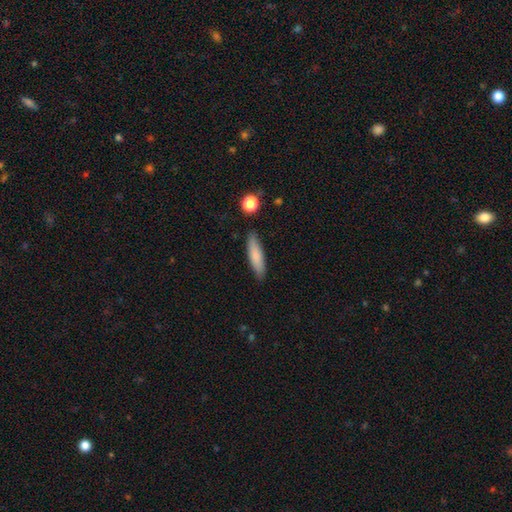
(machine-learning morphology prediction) The model was most divided on "how rounded": cigar-shaped: 70%, in between: 28%, round: 2%. More confident: merging — none (86%); smooth or featured — smooth (80%).